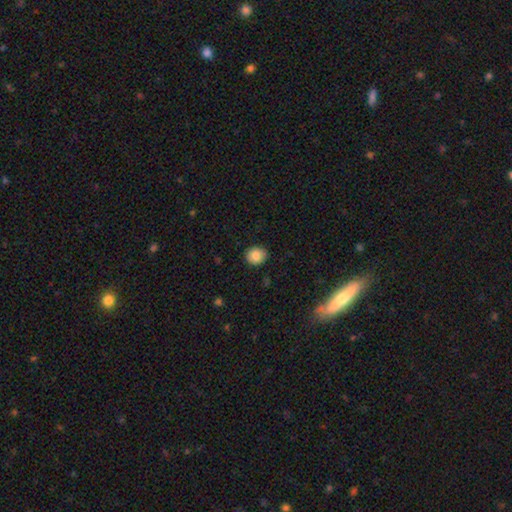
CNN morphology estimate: Smooth or featured? Predicted: smooth (p=0.85). How rounded? Predicted: round (p=0.74). Merging? Predicted: none (p=0.89).